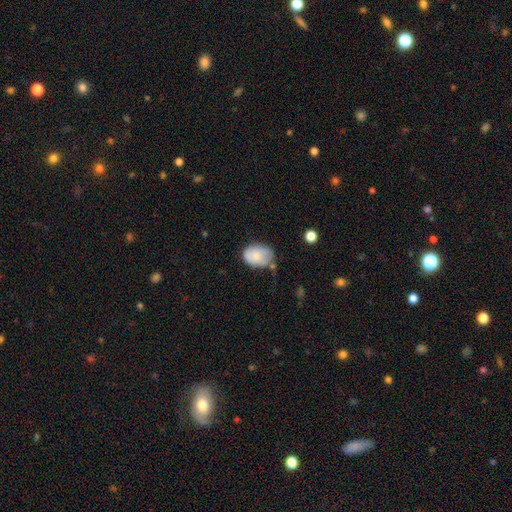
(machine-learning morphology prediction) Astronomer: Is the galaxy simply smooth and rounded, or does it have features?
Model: smooth — 73%.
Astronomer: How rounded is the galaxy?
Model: in between — 73%.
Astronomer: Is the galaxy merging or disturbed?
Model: none — 46% (runner-up: minor disturbance, 36%).